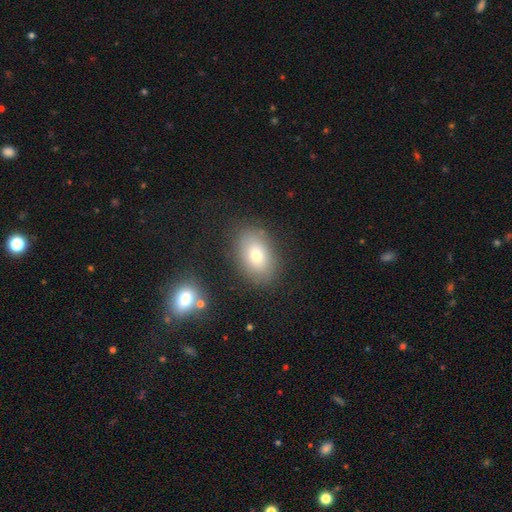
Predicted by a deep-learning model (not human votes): Morphology: type=smooth (74%); roundness=in between (83%); merging=none (82%).